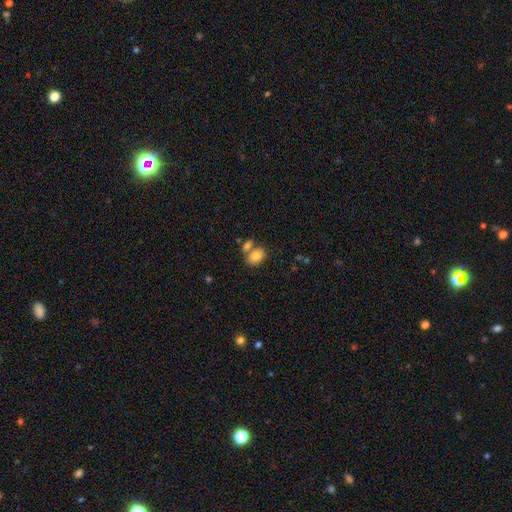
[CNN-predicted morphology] smooth-or-featured: smooth: 84% | featured or disk: 8% | star or artifact: 8%
  how-rounded: in between: 83% | round: 15% | cigar-shaped: 1%
  merging: none: 50% | merger: 35% | minor disturbance: 11% | major disturbance: 4%